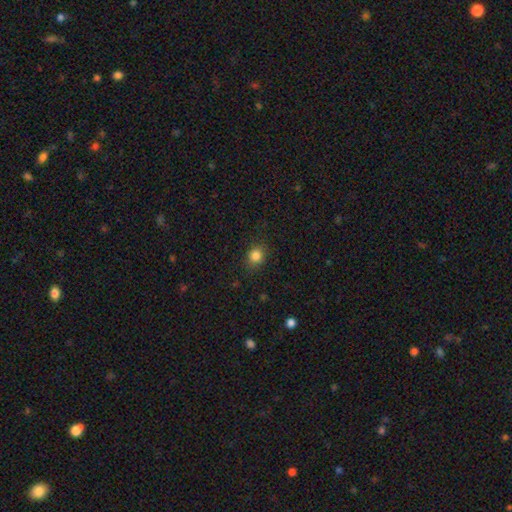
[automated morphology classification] Smooth or featured? smooth (84%)
How rounded? round (76%)
Merging? none (85%)